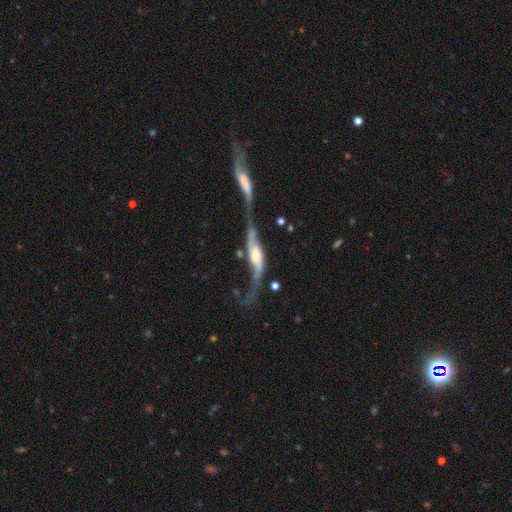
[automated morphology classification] This is clearly a featured or disk galaxy (81%). It is likely not viewed edge-on (71%). Bar: marginally no (44%). Spiral arm pattern: clearly yes (91%). Spiral arm count: clearly 2 (90%). Spiral winding: clearly loose (87%). Central bulge: marginally moderate (33%). Merging: possibly merger (46%).